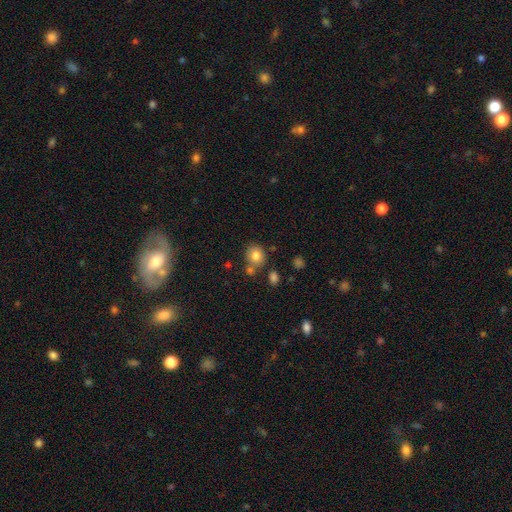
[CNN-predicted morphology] A smooth galaxy with no disk features (81%) that is round (73%).

Vote fractions:
- Smooth or featured? smooth: 81% / star or artifact: 11% / featured or disk: 9%
- How rounded? round: 73% / in between: 26% / cigar-shaped: 1%
- Merging? none: 69% / merger: 16% / minor disturbance: 12% / major disturbance: 4%